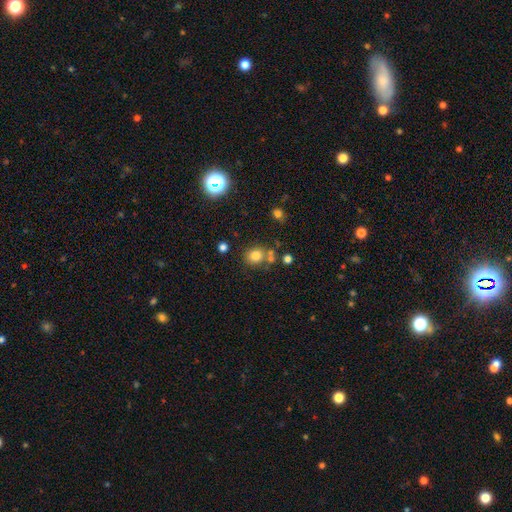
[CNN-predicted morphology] Q: Smooth or featured?
A: smooth (78%); runner-up: star or artifact (14%)
Q: How rounded?
A: round (76%); runner-up: in between (23%)
Q: Merging?
A: none (66%); runner-up: merger (17%)